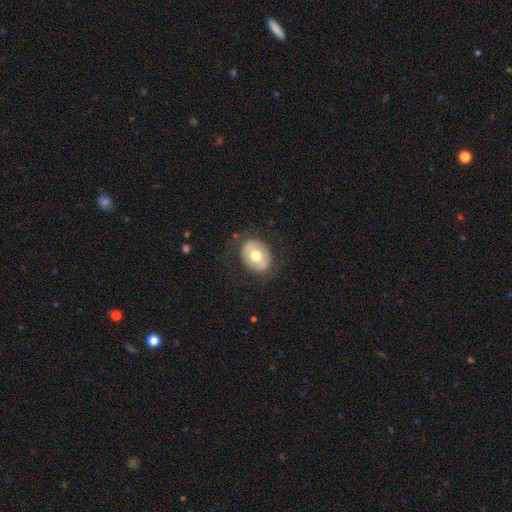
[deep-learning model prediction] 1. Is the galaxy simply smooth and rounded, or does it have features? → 55% smooth, 38% featured or disk, 6% star or artifact.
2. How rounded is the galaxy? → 51% round, 48% in between, 1% cigar-shaped.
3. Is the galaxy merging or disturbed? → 78% none, 14% minor disturbance, 7% major disturbance, 1% merger.